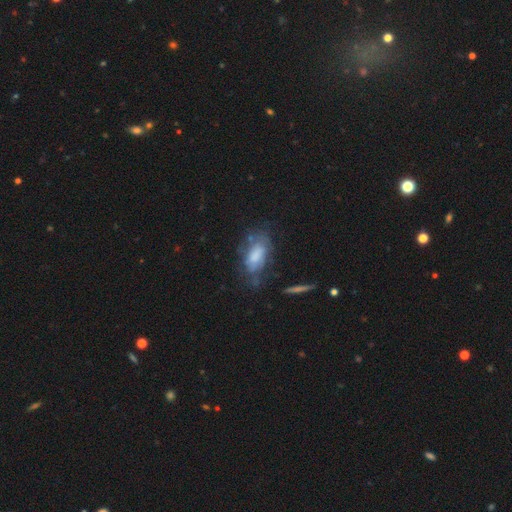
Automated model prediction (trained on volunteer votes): Overall: smooth (55%; featured or disk 36%). How rounded: in between (89%). Merging: none (48%; minor disturbance 28%).